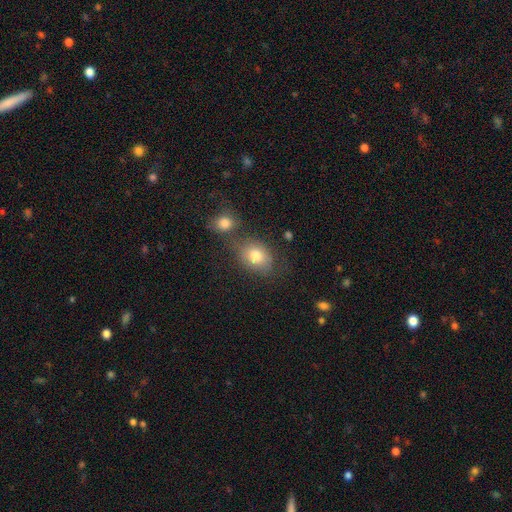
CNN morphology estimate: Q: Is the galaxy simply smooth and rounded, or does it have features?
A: smooth — 78%.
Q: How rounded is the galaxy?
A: in between — 60%.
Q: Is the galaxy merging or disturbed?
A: none — 50%.